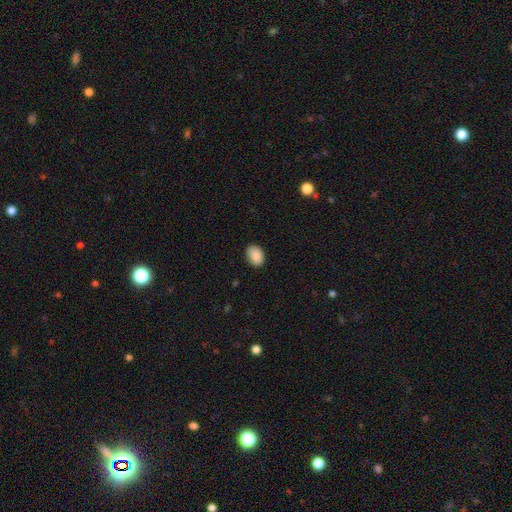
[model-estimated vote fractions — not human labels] smooth-or-featured: smooth: 89% | star or artifact: 8% | featured or disk: 3%
  how-rounded: in between: 81% | round: 18% | cigar-shaped: 1%
  merging: none: 83% | minor disturbance: 14% | major disturbance: 2% | merger: 1%